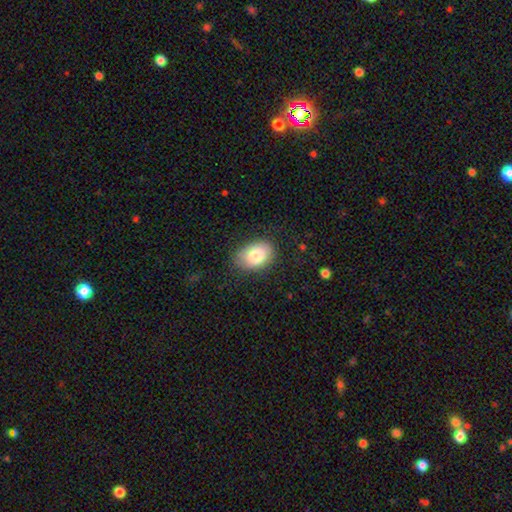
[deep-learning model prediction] The model was most divided on "merging": none: 78%, minor disturbance: 17%, major disturbance: 5%, merger: 1%. More confident: how rounded — in between (86%); smooth or featured — smooth (82%).